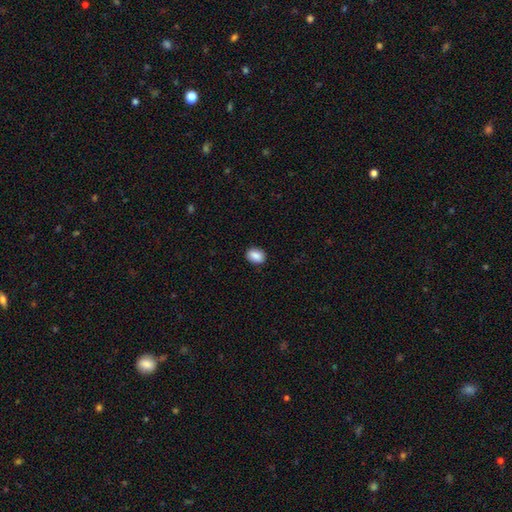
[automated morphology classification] Smooth or featured? Predicted: smooth (p=0.88). How rounded? Predicted: in between (p=0.70). Merging? Predicted: none (p=0.88).